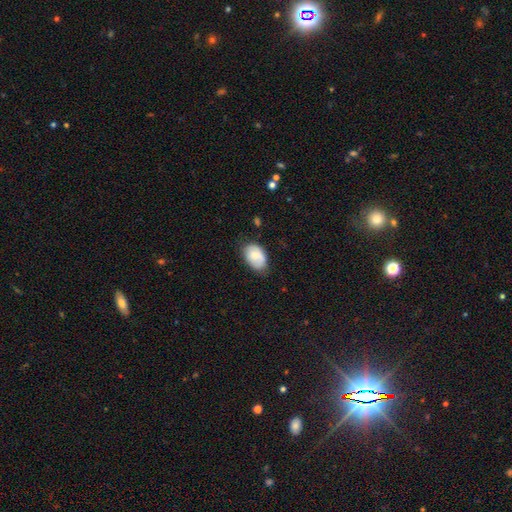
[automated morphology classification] Q: Smooth or featured?
A: smooth (75%); runner-up: featured or disk (18%)
Q: How rounded?
A: in between (89%); runner-up: round (10%)
Q: Merging?
A: none (66%); runner-up: minor disturbance (28%)